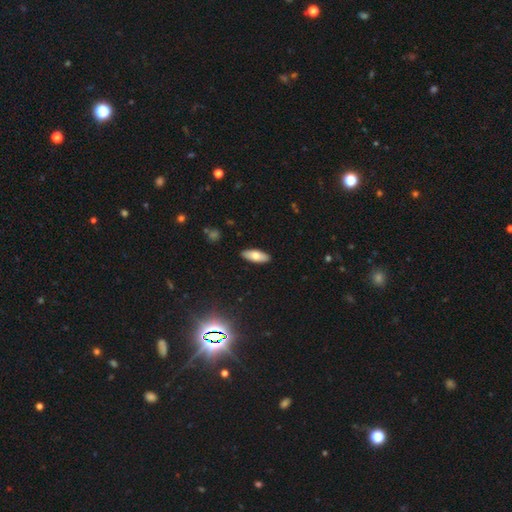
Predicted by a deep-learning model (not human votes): Smooth or featured: smooth — 74% (featured or disk — 19%)
How rounded: in between — 78% (cigar-shaped — 20%)
Merging: none — 89% (minor disturbance — 8%)